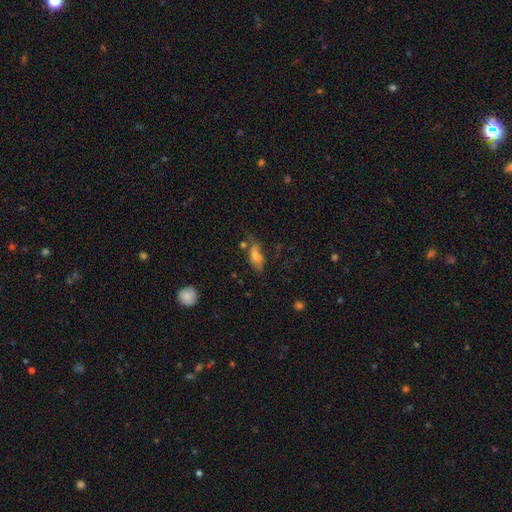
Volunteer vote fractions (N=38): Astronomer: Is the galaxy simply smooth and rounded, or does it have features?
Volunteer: smooth — 68%.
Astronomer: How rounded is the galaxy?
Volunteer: in between — 58% (runner-up: cigar-shaped, 38%).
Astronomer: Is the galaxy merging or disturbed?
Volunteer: none — 39% (runner-up: minor disturbance, 36%).